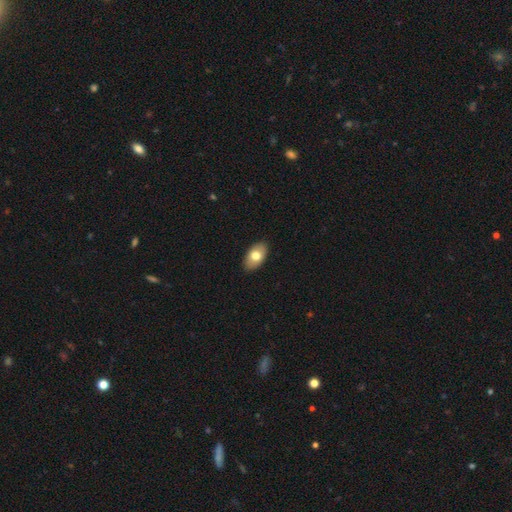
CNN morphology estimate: A smooth galaxy with no disk features (73%) that is in between round and cigar-shaped (93%).

Vote fractions:
- Smooth or featured? smooth: 73% / featured or disk: 20% / star or artifact: 6%
- How rounded? in between: 93% / round: 5% / cigar-shaped: 2%
- Merging? none: 89% / minor disturbance: 9% / major disturbance: 2% / merger: 1%